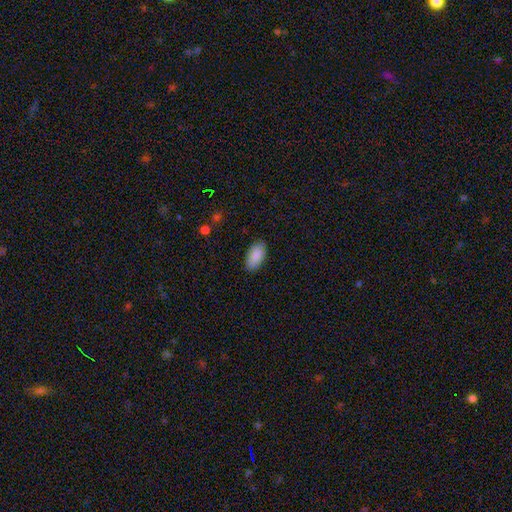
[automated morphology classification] smooth_or_featured: smooth (p=0.89) [alt: star or artifact p=0.06]
how_rounded: in between (p=0.94) [alt: cigar-shaped p=0.03]
merging: none (p=0.87) [alt: minor disturbance p=0.10]